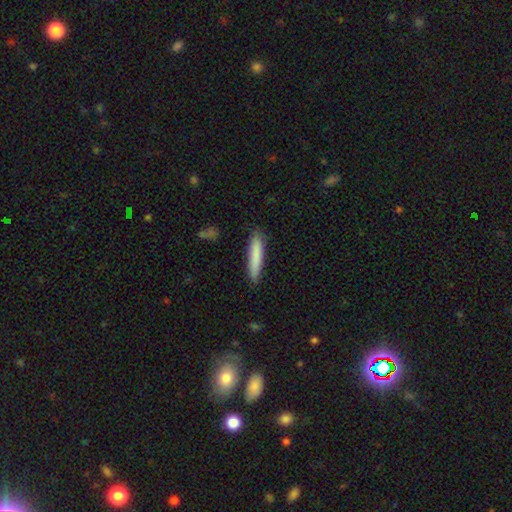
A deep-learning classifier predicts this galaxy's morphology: A smooth galaxy with no disk features (83%) that is cigar-shaped (89%). Merging: none (85%).